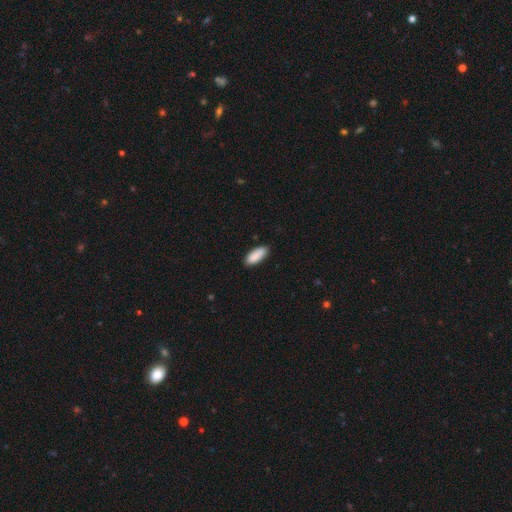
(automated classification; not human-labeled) A smooth galaxy with no disk features (90%) that is in between round and cigar-shaped (81%). Merging: none (86%).